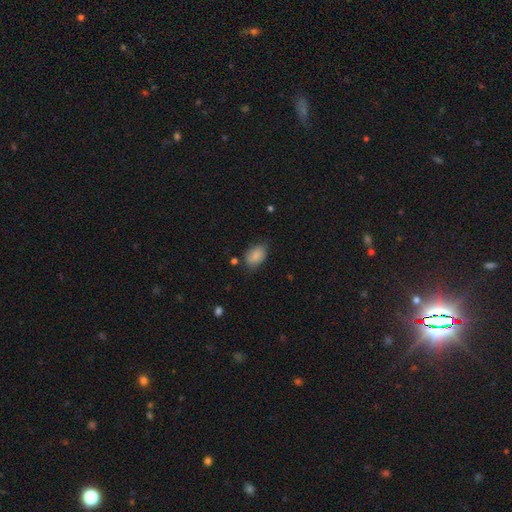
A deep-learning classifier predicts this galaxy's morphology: Overall: smooth (86%). How rounded: in between (86%). Merging: none (71%).